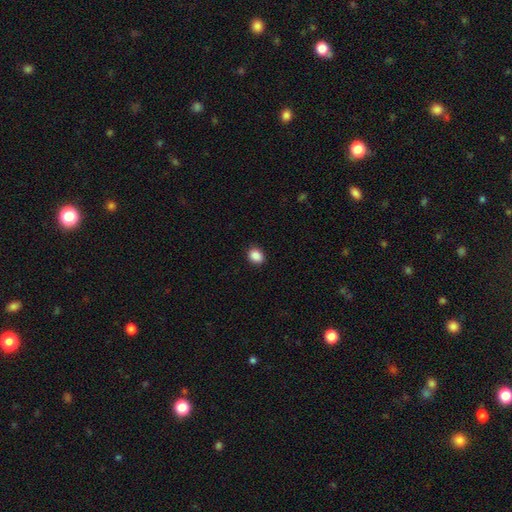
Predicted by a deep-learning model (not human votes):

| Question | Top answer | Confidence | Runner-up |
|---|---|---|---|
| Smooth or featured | smooth | 89% | star or artifact (8%) |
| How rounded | in between | 53% | round (46%) |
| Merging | none | 89% | minor disturbance (8%) |